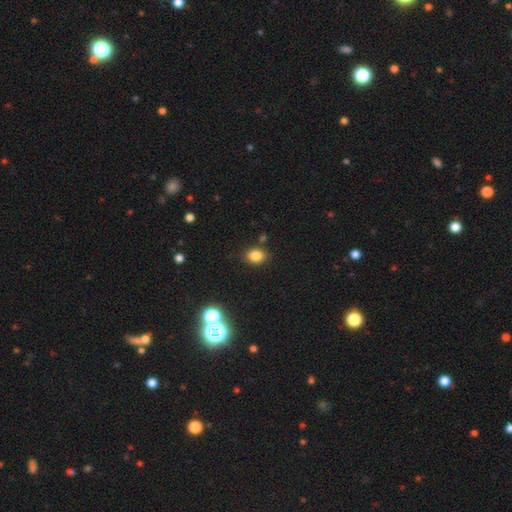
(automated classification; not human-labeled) Overall: smooth (81%). How rounded: in between (56%; round 43%). Merging: none (82%).